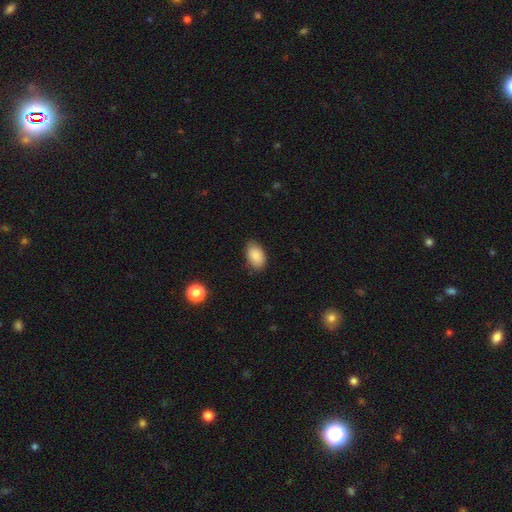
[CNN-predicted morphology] Smooth or featured? smooth (88%)
How rounded? in between (92%)
Merging? none (81%)